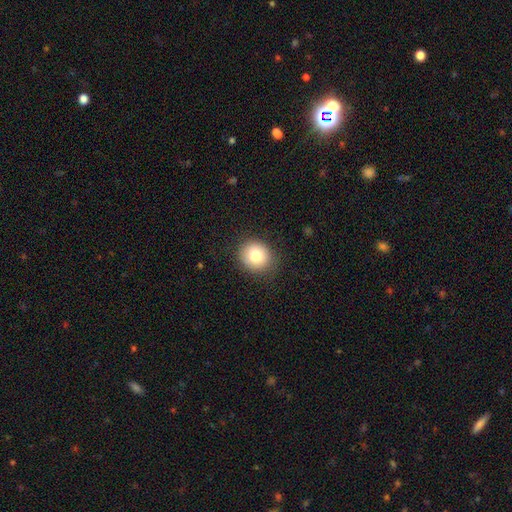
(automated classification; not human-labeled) smooth_or_featured: smooth (p=0.81) [alt: featured or disk p=0.09]
how_rounded: round (p=0.83) [alt: in between p=0.16]
merging: none (p=0.86) [alt: minor disturbance p=0.10]